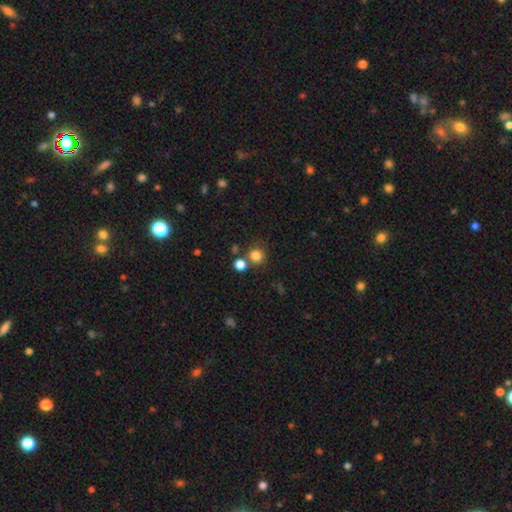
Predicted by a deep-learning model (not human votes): Smooth or featured?
  - smooth: 81% *
  - star or artifact: 14%
  - featured or disk: 5%
How rounded?
  - round: 91% *
  - in between: 8%
  - cigar-shaped: 1%
Merging?
  - none: 73% *
  - merger: 15%
  - minor disturbance: 8%
  - major disturbance: 4%